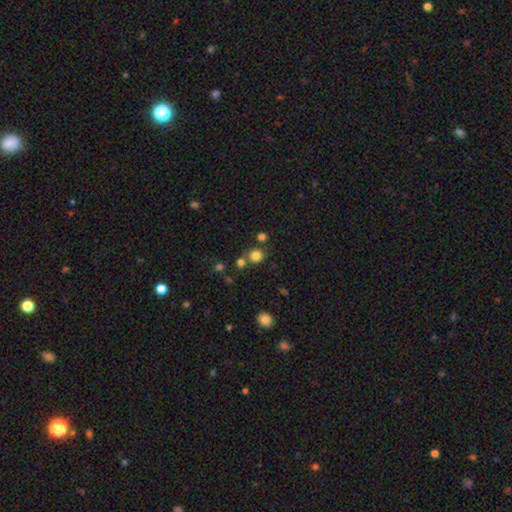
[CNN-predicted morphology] Smooth or featured?
  - smooth: 80% *
  - star or artifact: 14%
  - featured or disk: 6%
How rounded?
  - round: 87% *
  - in between: 12%
  - cigar-shaped: 1%
Merging?
  - none: 70% *
  - merger: 17%
  - minor disturbance: 9%
  - major disturbance: 4%